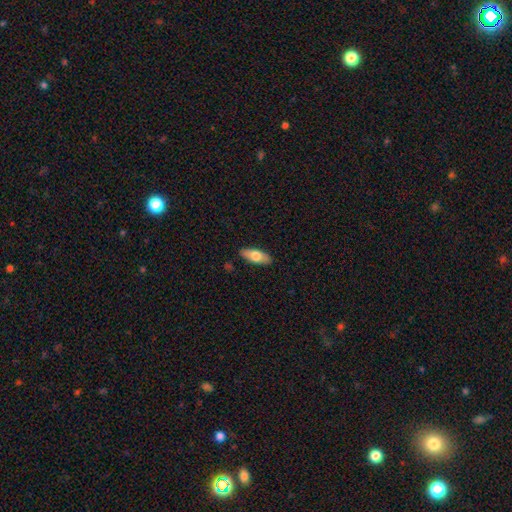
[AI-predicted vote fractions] Smooth or featured: smooth — 69% (featured or disk — 25%)
How rounded: in between — 80% (cigar-shaped — 18%)
Merging: none — 86% (minor disturbance — 10%)